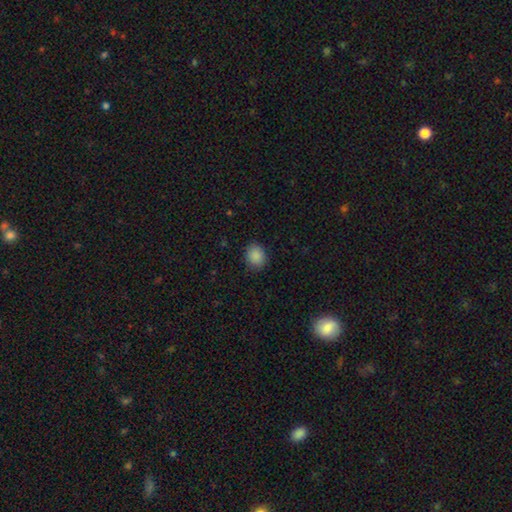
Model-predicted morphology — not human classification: smooth-or-featured: smooth: 88% | star or artifact: 9% | featured or disk: 3%
  how-rounded: round: 57% | in between: 42% | cigar-shaped: 1%
  merging: none: 88% | minor disturbance: 9% | major disturbance: 2% | merger: 1%